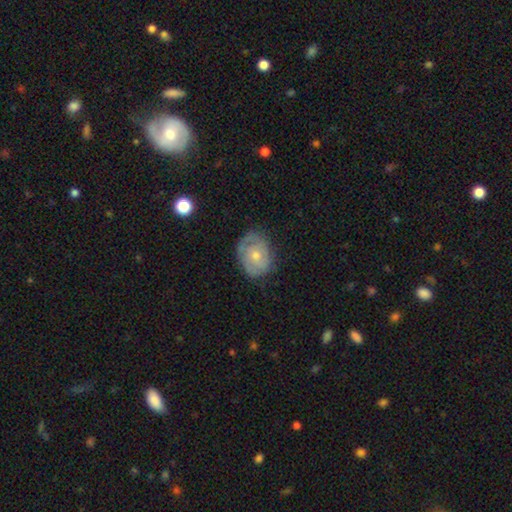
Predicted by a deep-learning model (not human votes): Smooth or featured: featured or disk — 64% (smooth — 29%)
Edge-on disk: no — 96% (yes — 4%)
Bar: no — 79% (weak — 18%)
Spiral arms: yes — 79% (no — 21%)
Bulge size: small — 51% (moderate — 45%)
Merging: none — 71% (minor disturbance — 21%)